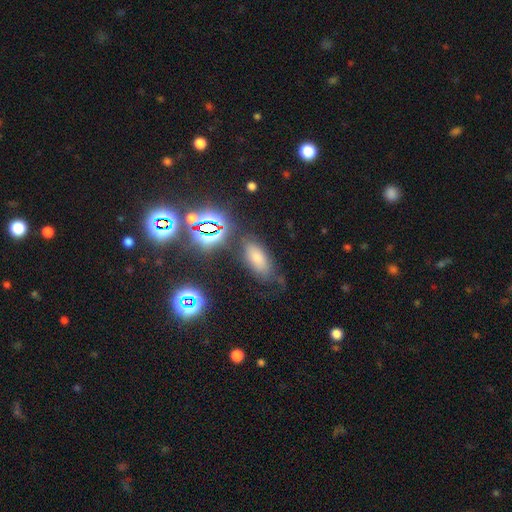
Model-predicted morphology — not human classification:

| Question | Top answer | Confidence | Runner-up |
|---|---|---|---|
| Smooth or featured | smooth | 48% | star or artifact (36%) |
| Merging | none | 70% | minor disturbance (18%) |